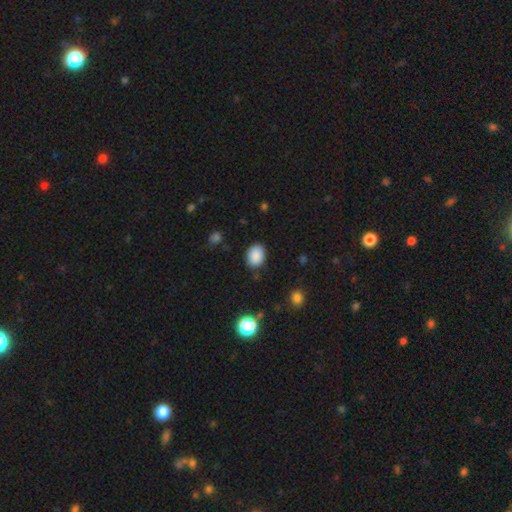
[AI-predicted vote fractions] smooth-or-featured: smooth: 88% | star or artifact: 9% | featured or disk: 4%
  how-rounded: in between: 63% | round: 36% | cigar-shaped: 1%
  merging: none: 85% | minor disturbance: 11% | major disturbance: 3% | merger: 1%